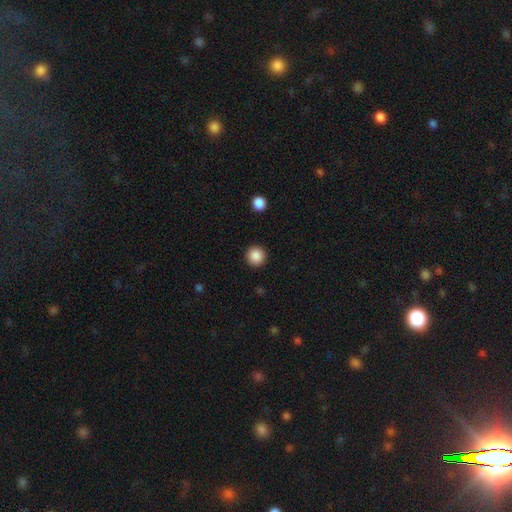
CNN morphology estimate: smooth-or-featured: smooth: 88% | star or artifact: 9% | featured or disk: 3%
  how-rounded: round: 95% | in between: 4% | cigar-shaped: 1%
  merging: none: 92% | minor disturbance: 5% | major disturbance: 2% | merger: 1%